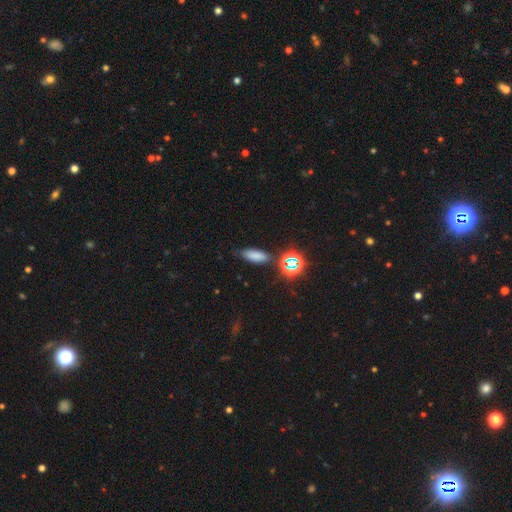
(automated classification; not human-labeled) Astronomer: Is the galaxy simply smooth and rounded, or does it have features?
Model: smooth — 72%.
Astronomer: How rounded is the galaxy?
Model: in between — 66%.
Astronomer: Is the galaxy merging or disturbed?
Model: none — 76%.